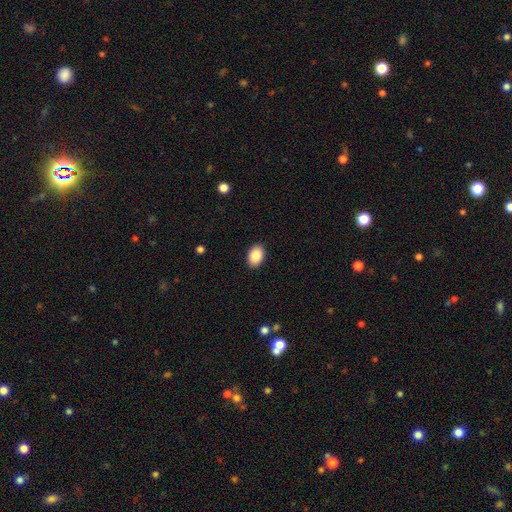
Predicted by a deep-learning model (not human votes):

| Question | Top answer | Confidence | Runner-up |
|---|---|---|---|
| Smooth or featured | smooth | 87% | star or artifact (7%) |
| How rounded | in between | 84% | round (15%) |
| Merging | none | 90% | minor disturbance (7%) |